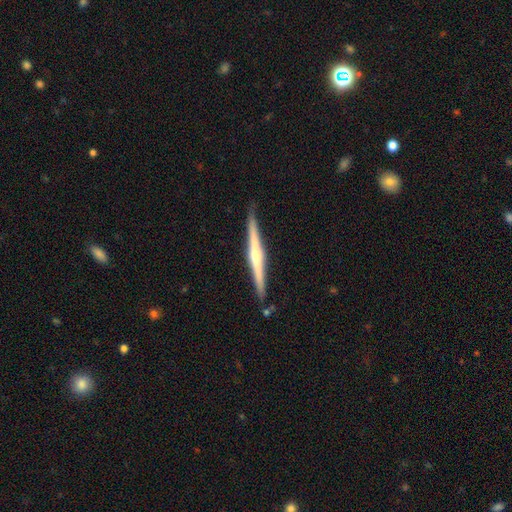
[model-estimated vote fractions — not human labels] Smooth or featured? featured or disk (73%)
Edge-on disk? yes (98%)
Edge-on bulge? rounded (69%)
Merging? none (88%)